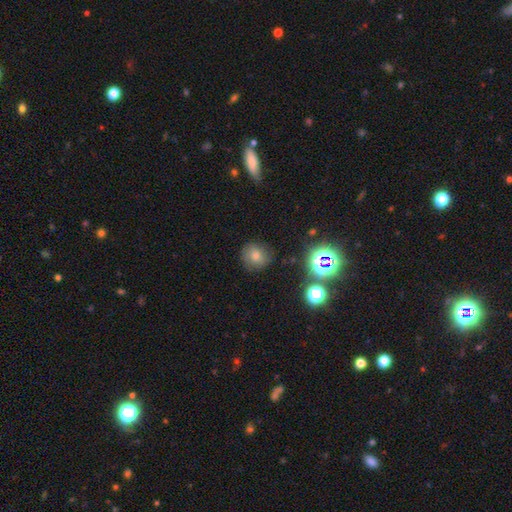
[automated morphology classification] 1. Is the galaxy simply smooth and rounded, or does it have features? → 69% smooth, 17% star or artifact, 14% featured or disk.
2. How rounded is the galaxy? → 84% round, 15% in between, 1% cigar-shaped.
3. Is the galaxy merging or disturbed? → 80% none, 13% minor disturbance, 4% major disturbance, 2% merger.